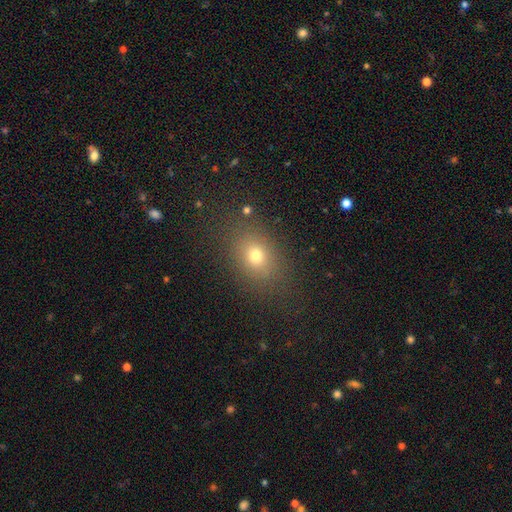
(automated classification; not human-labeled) Morphology: type=smooth (72%); roundness=in between (62%); merging=none (82%).